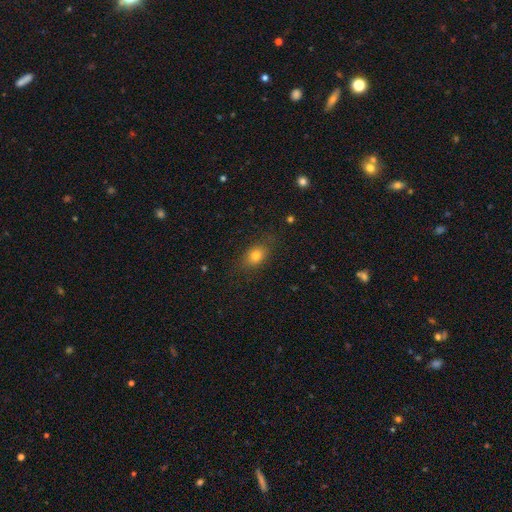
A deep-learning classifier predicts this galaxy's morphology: Overall: smooth (77%). How rounded: in between (69%). Merging: none (80%).